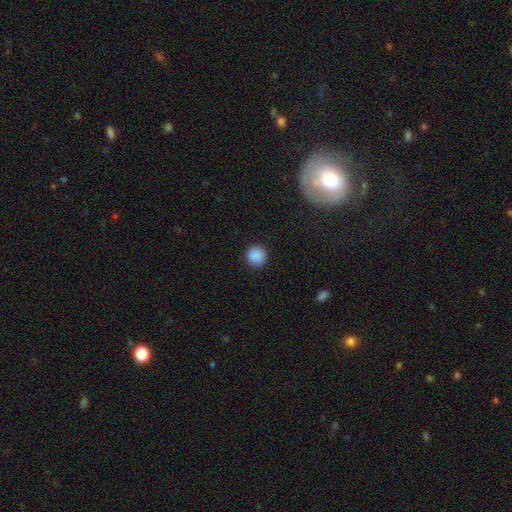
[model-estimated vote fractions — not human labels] Smooth or featured? smooth (89%)
How rounded? round (94%)
Merging? none (92%)